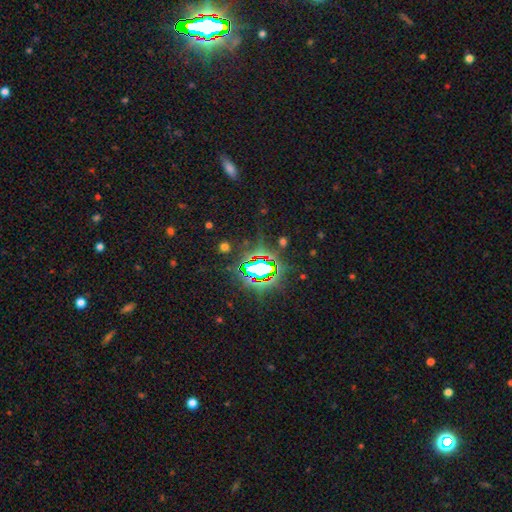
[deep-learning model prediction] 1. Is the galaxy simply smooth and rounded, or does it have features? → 83% star or artifact, 9% smooth, 7% featured or disk.